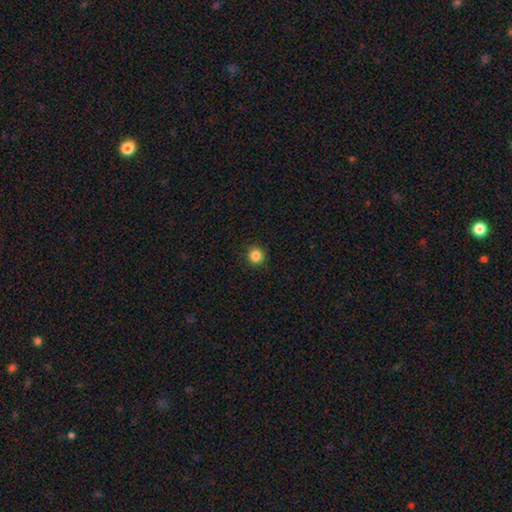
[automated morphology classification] This appears to be a smooth galaxy with no disk features (86%) that is round (93%). Merging: none (92%).